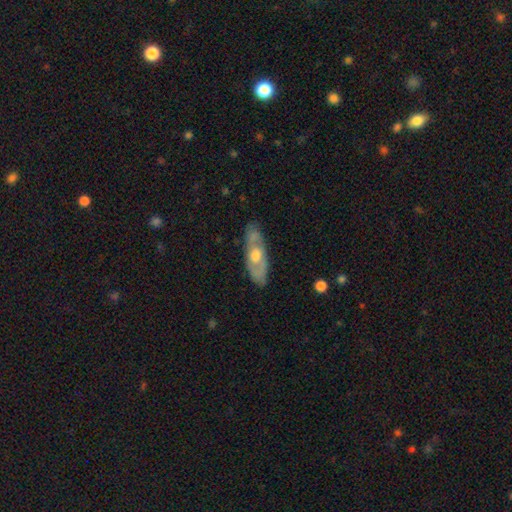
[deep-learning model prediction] A featured or disk galaxy (58%). Merging: none (78%).